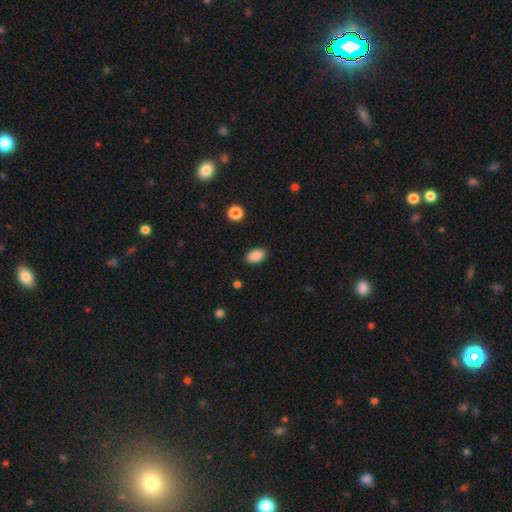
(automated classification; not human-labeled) The model was most divided on "merging": none: 88%, minor disturbance: 9%, major disturbance: 2%, merger: 1%. More confident: how rounded — in between (90%); smooth or featured — smooth (89%).